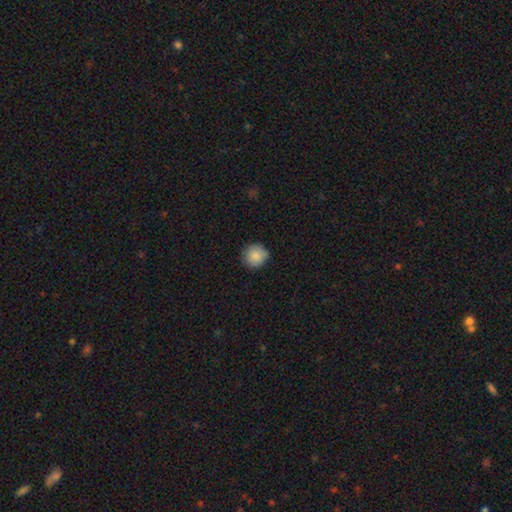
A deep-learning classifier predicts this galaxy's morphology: smooth-or-featured: smooth: 86% | star or artifact: 8% | featured or disk: 6%
  how-rounded: round: 92% | in between: 7% | cigar-shaped: 1%
  merging: none: 84% | minor disturbance: 13% | major disturbance: 2% | merger: 1%